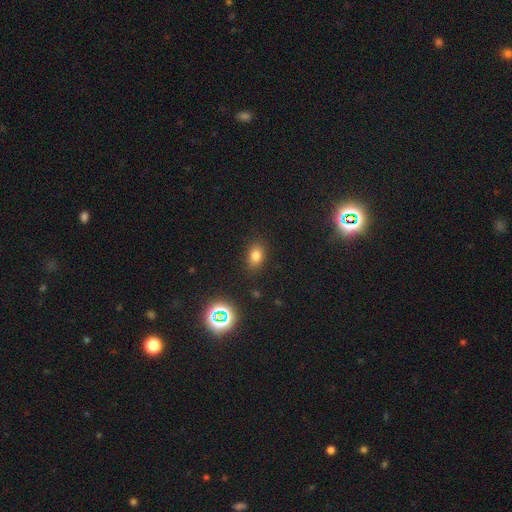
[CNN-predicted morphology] This appears to be a smooth galaxy with no disk features (77%) that is in between round and cigar-shaped (76%). Merging: none (84%).